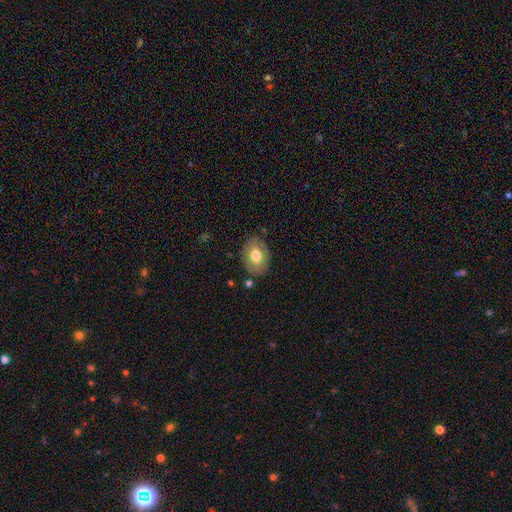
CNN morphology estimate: A smooth galaxy with no disk features (65%) that is in between round and cigar-shaped (77%).

Vote fractions:
- Smooth or featured? smooth: 65% / featured or disk: 28% / star or artifact: 7%
- How rounded? in between: 77% / round: 22% / cigar-shaped: 1%
- Merging? none: 79% / minor disturbance: 14% / major disturbance: 4% / merger: 2%